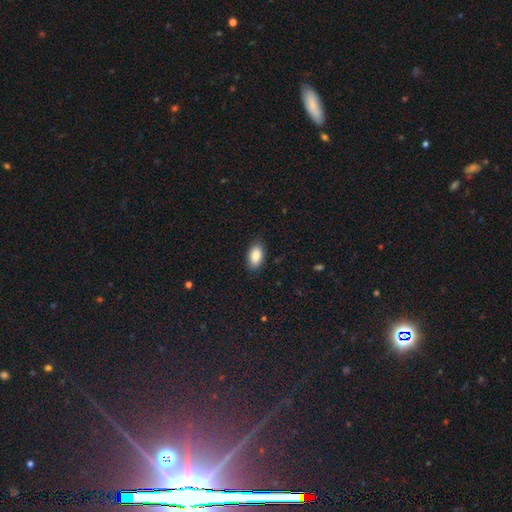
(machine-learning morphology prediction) Overall: smooth (88%). How rounded: in between (93%). Merging: none (86%).